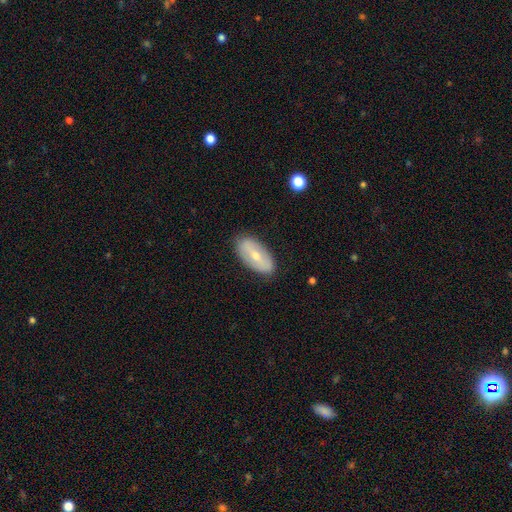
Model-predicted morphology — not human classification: A featured or disk galaxy (48%). Merging: none (85%).